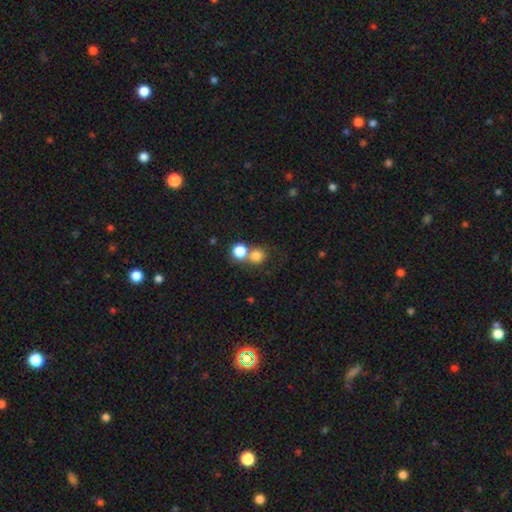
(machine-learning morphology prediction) Smooth or featured? smooth (78%)
How rounded? round (87%)
Merging? none (51%)